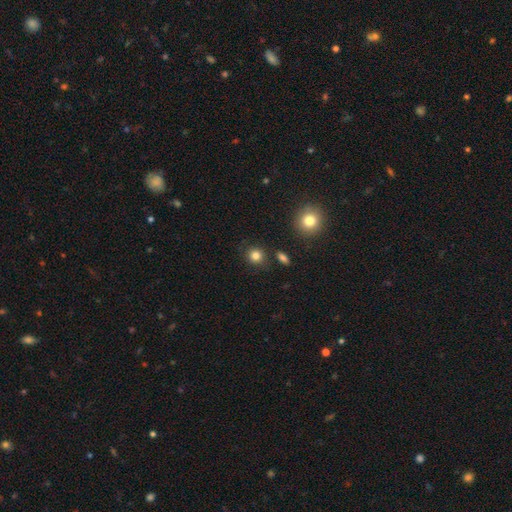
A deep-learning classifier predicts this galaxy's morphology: smooth 83%, star or artifact 12%, featured or disk 5%. Down the decision tree: how rounded — round (86%); merging — none (85%).